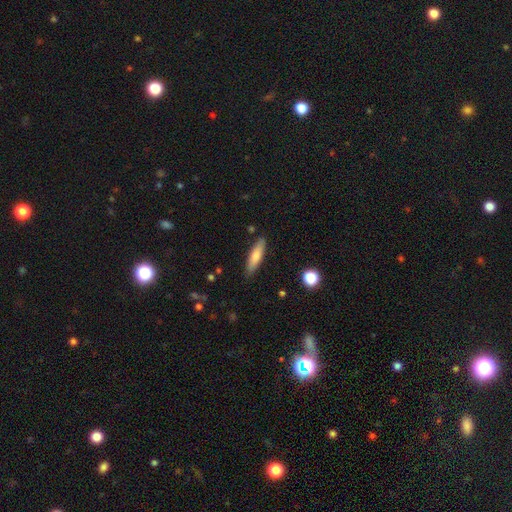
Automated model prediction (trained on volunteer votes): The model was most divided on "how rounded": cigar-shaped: 69%, in between: 30%, round: 2%. More confident: merging — none (86%); smooth or featured — smooth (73%).